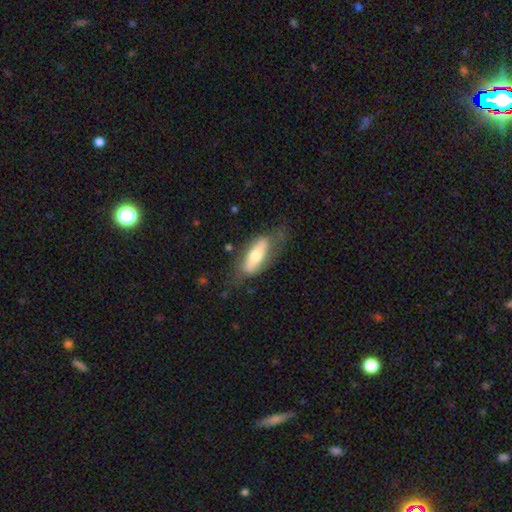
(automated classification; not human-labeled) smooth-or-featured: smooth: 48% | featured or disk: 47% | star or artifact: 6%
  merging: none: 57% | minor disturbance: 27% | major disturbance: 14% | merger: 2%